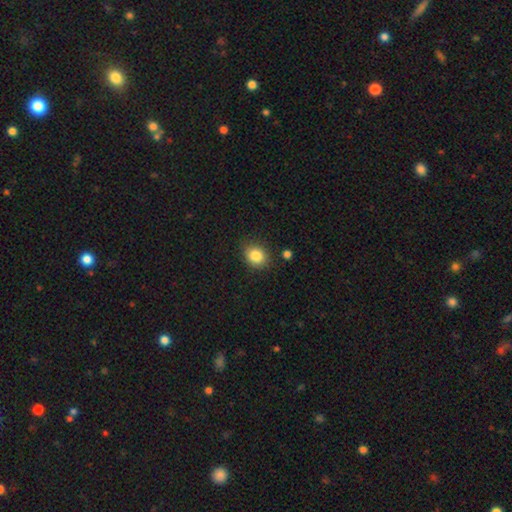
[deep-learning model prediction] This appears to be a smooth galaxy with no disk features (84%) that is round (64%). Merging: none (82%).